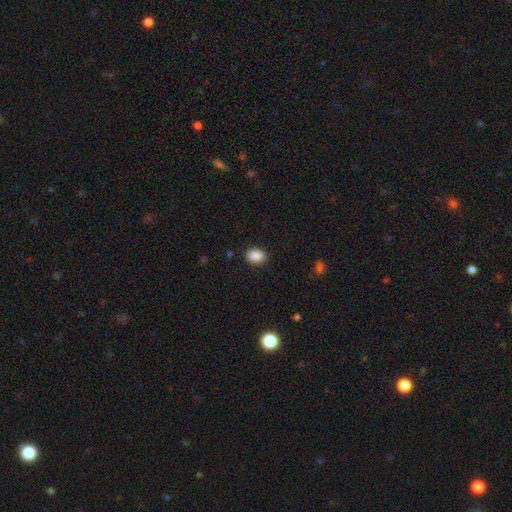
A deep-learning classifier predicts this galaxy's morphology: smooth 88%, star or artifact 8%, featured or disk 3%. Down the decision tree: how rounded — in between (69%); merging — none (87%).